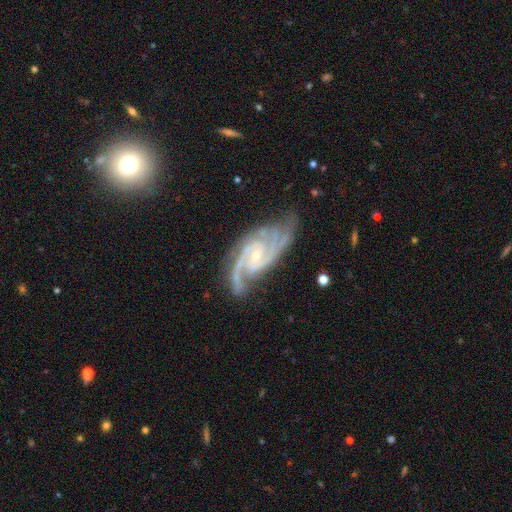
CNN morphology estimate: smooth-or-featured: featured or disk: 93% | star or artifact: 4% | smooth: 3%
  disk-edge-on: no: 97% | yes: 3%
    bar: no: 47% | weak: 39% | strong: 14%
    has-spiral-arms: yes: 99% | no: 1%
      spiral-winding: medium: 48% | tight: 45% | loose: 7%
      spiral-arm-count: 2: 48% | 3: 33% | can't tell: 6% | 4: 5% | 1: 4% | more than 4: 4%
    bulge-size: small: 74% | moderate: 20% | none: 4% | large: 1% | dominant: 1%
  merging: none: 70% | minor disturbance: 21% | major disturbance: 7% | merger: 2%